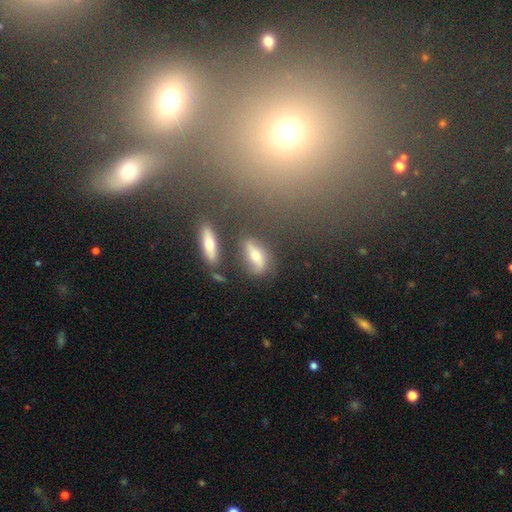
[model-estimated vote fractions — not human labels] Q: Smooth or featured?
A: smooth (49%); runner-up: featured or disk (38%)
Q: Merging?
A: none (63%); runner-up: minor disturbance (19%)